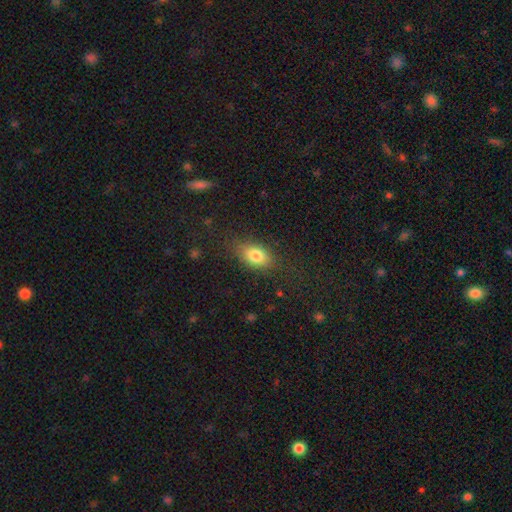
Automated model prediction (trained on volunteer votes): A smooth galaxy with no disk features (80%) that is in between round and cigar-shaped (83%).

Vote fractions:
- Smooth or featured? smooth: 80% / featured or disk: 10% / star or artifact: 10%
- How rounded? in between: 83% / round: 14% / cigar-shaped: 3%
- Merging? none: 77% / minor disturbance: 15% / major disturbance: 6% / merger: 1%